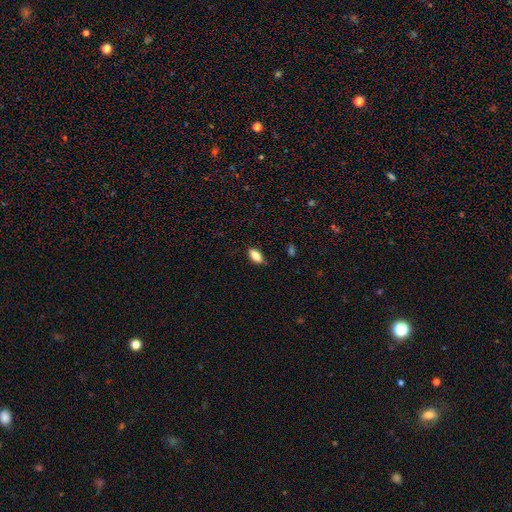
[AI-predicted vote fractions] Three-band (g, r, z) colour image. It shows a smooth galaxy with no disk features (80%) that is in between round and cigar-shaped (87%). Merging: none (80%).